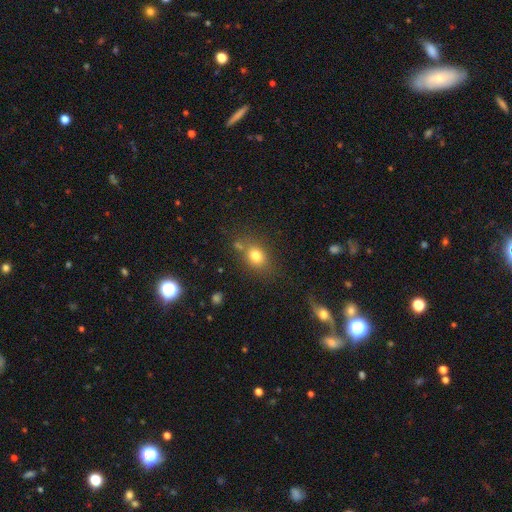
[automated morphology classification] type=smooth (78%); roundness=in between (53%); merging=none (70%).